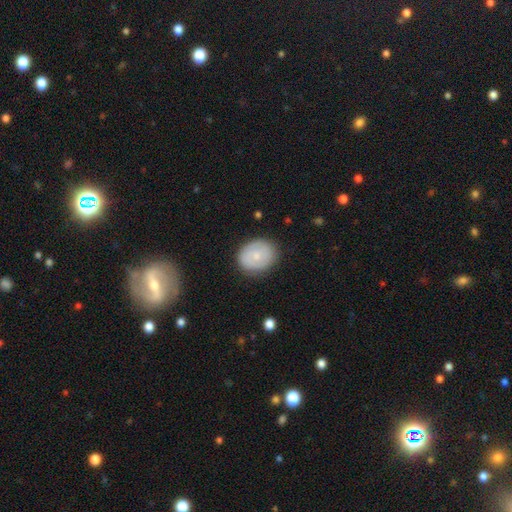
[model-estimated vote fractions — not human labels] A smooth galaxy with no disk features (64%) that is in between round and cigar-shaped (50%). Merging: none (83%).